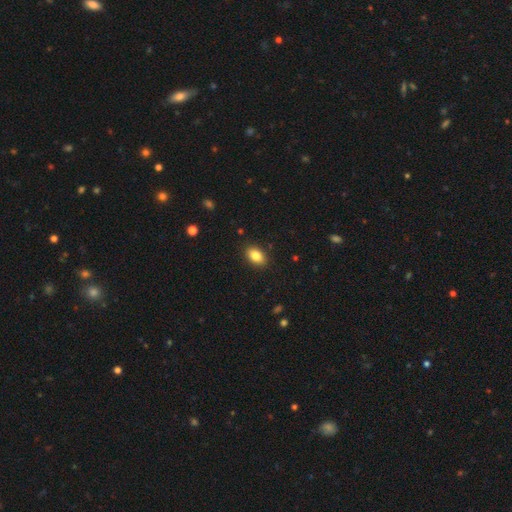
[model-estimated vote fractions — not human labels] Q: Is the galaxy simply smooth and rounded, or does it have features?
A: smooth — 85%.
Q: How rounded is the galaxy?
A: in between — 86%.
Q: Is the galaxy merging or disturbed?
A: none — 88%.